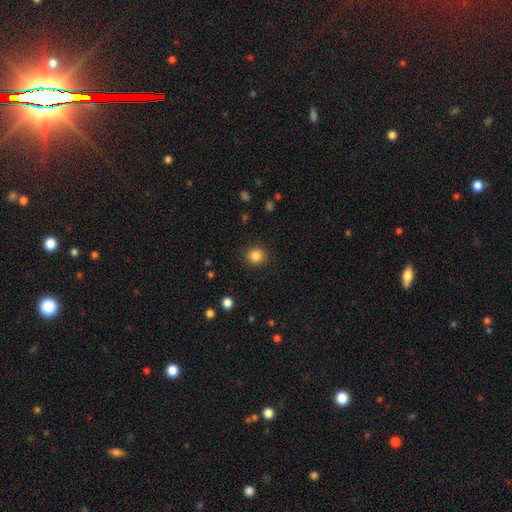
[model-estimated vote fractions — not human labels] smooth_or_featured: smooth (p=0.85) [alt: star or artifact p=0.11]
how_rounded: round (p=0.90) [alt: in between p=0.09]
merging: none (p=0.90) [alt: minor disturbance p=0.06]